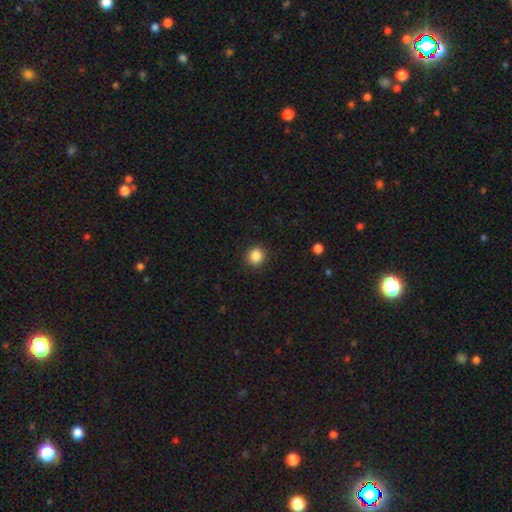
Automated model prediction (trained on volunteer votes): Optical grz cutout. It shows a smooth galaxy with no disk features (86%) that is round (91%). Merging: none (91%).